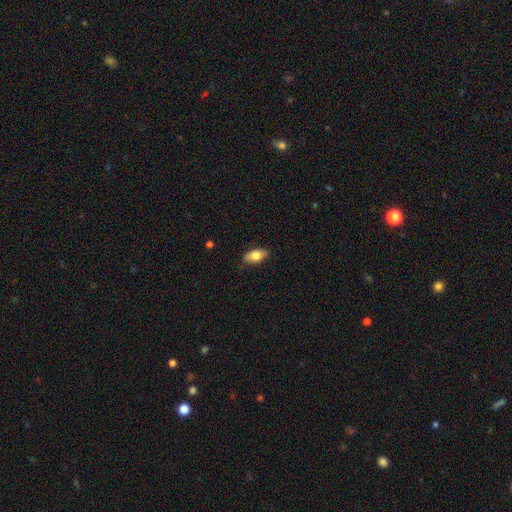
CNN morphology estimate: smooth-or-featured: smooth: 78% | featured or disk: 15% | star or artifact: 7%
  how-rounded: in between: 90% | cigar-shaped: 5% | round: 5%
  merging: none: 84% | minor disturbance: 12% | major disturbance: 2% | merger: 1%